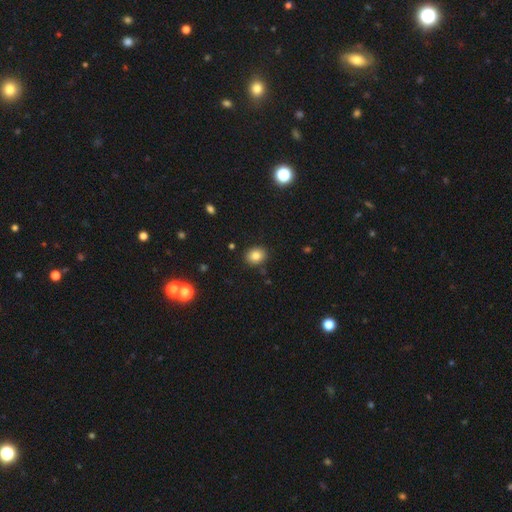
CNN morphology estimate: Smooth or featured? Predicted: smooth (p=0.82). How rounded? Predicted: round (p=0.60). Merging? Predicted: none (p=0.88).